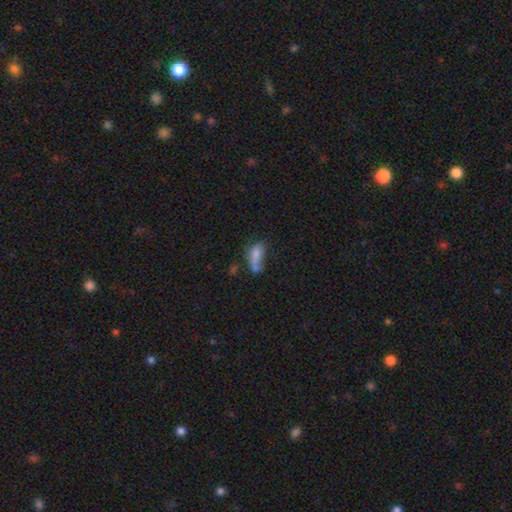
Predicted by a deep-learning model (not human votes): Smooth or featured?
  - smooth: 71% *
  - featured or disk: 18%
  - star or artifact: 11%
How rounded?
  - in between: 81% *
  - cigar-shaped: 11%
  - round: 7%
Merging?
  - merger: 43% *
  - none: 26%
  - minor disturbance: 18%
  - major disturbance: 13%